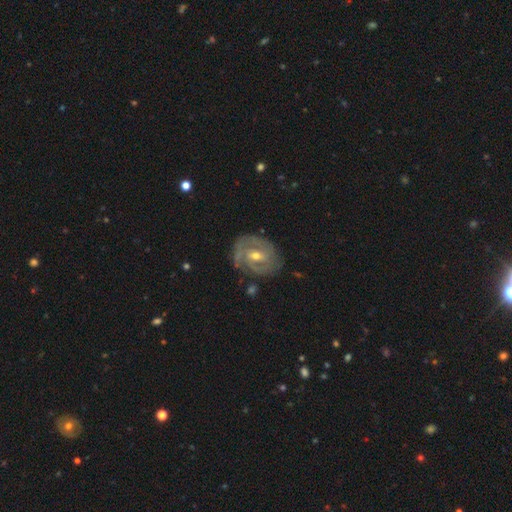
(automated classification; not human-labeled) This is clearly a featured or disk galaxy (85%). It is clearly not viewed edge-on (97%). Bar: possibly weak (50%). Spiral arm pattern: clearly yes (92%). Spiral arm count: possibly 2 (54%). Spiral winding: possibly tight (59%). Central bulge: possibly moderate (56%). Merging: likely none (73%).